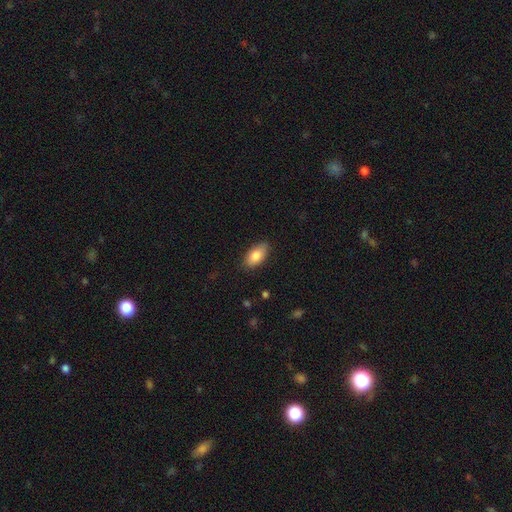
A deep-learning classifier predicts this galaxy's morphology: smooth_or_featured: smooth (p=0.83) [alt: featured or disk p=0.10]
how_rounded: in between (p=0.92) [alt: cigar-shaped p=0.05]
merging: none (p=0.85) [alt: minor disturbance p=0.12]